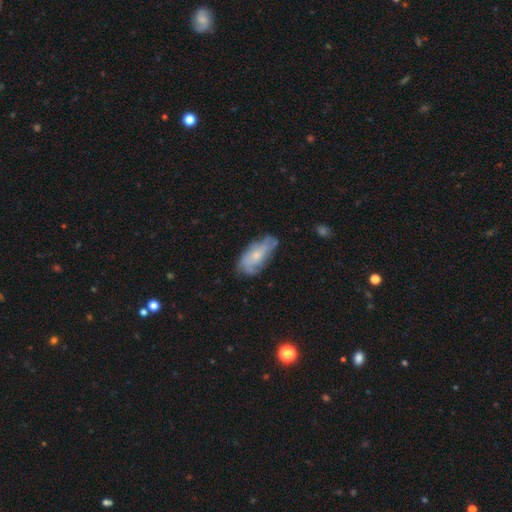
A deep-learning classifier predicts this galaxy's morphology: smooth-or-featured: featured or disk: 49% | smooth: 43% | star or artifact: 7%
  merging: none: 57% | minor disturbance: 30% | major disturbance: 10% | merger: 3%